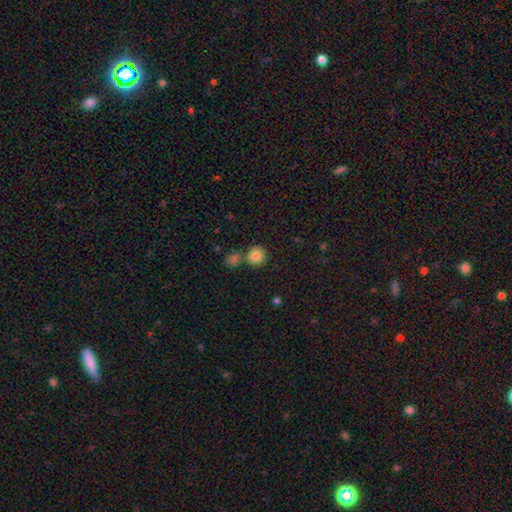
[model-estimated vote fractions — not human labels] Smooth or featured? Predicted: smooth (p=0.84). How rounded? Predicted: round (p=0.91). Merging? Predicted: none (p=0.73).